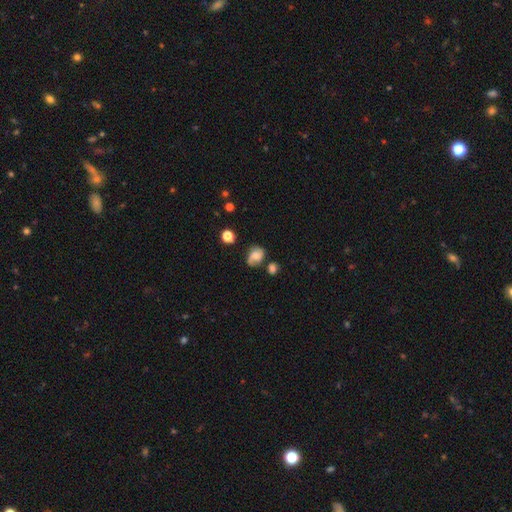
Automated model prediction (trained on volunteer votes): smooth_or_featured: smooth (p=0.56) [alt: featured or disk p=0.32]
how_rounded: in between (p=0.51) [alt: round p=0.48]
merging: none (p=0.45) [alt: minor disturbance p=0.28]